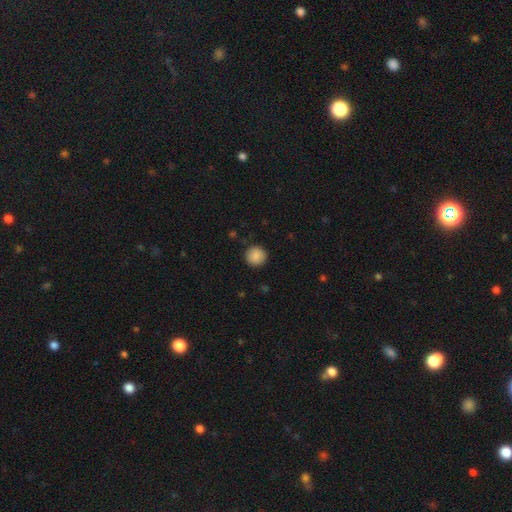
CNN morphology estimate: Smooth or featured? Predicted: smooth (p=0.88). How rounded? Predicted: round (p=0.94). Merging? Predicted: none (p=0.90).